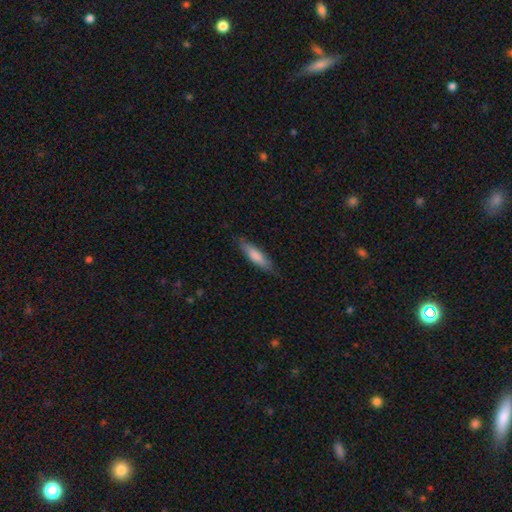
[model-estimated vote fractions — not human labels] This is likely a smooth galaxy (78%). How rounded: likely cigar-shaped (67%). Merging: clearly none (81%).